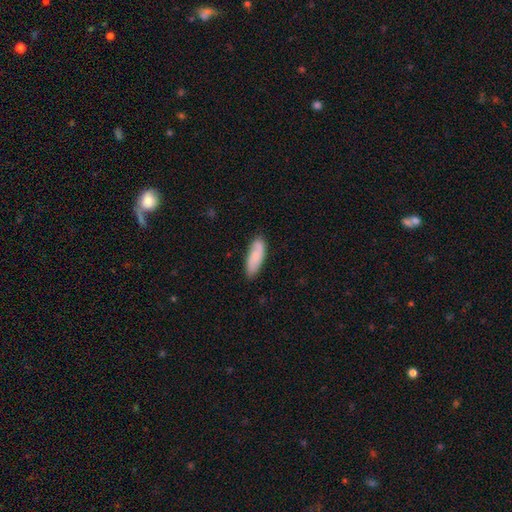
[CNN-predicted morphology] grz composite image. It shows a smooth galaxy with no disk features (82%) that is in between round and cigar-shaped (59%). Merging: none (80%).